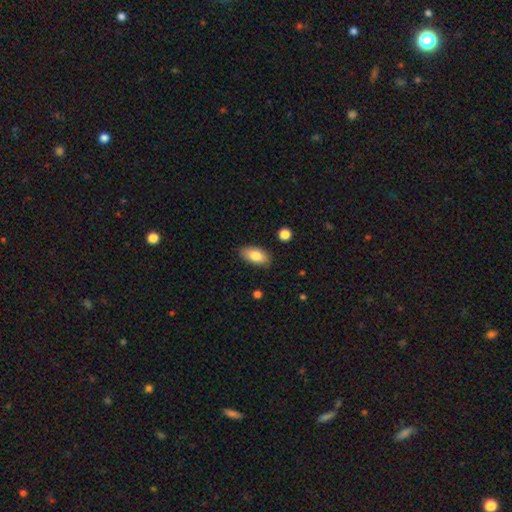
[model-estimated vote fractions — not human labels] smooth 82%, featured or disk 11%, star or artifact 7%. Down the decision tree: how rounded — in between (92%); merging — none (82%).